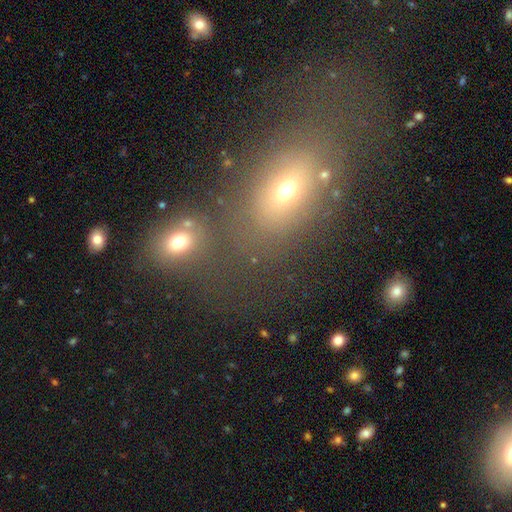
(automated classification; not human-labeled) A smooth galaxy with no disk features (54%) that is in between round and cigar-shaped (69%). Merging: none (55%).